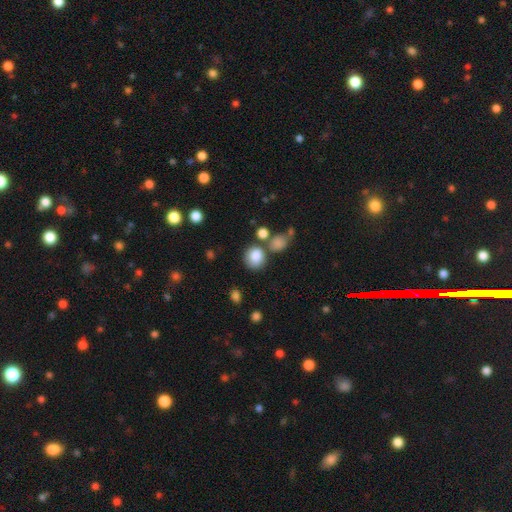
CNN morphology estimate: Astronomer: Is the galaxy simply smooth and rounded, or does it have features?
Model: smooth — 83%.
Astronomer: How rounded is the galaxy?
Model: round — 81%.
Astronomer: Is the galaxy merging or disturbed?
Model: none — 64%.